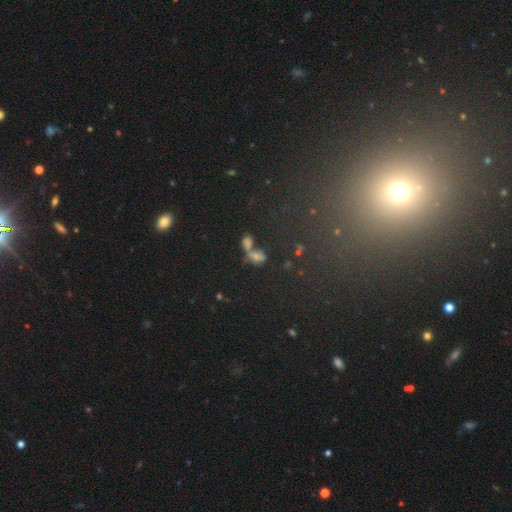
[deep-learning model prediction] Morphology: type=smooth (51%); roundness=in between (69%); merging=merger (50%).